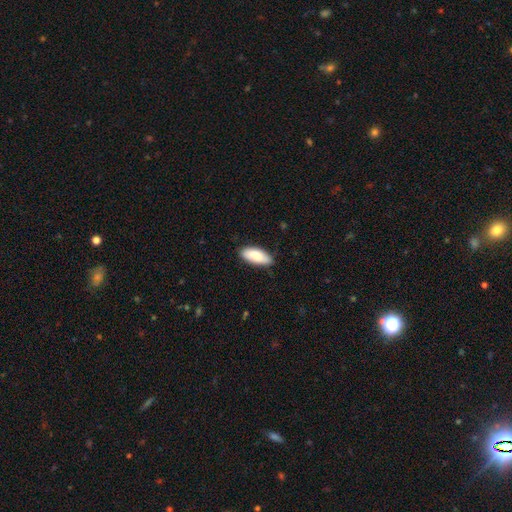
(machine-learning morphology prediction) Overall: smooth (83%). How rounded: in between (84%). Merging: none (84%).